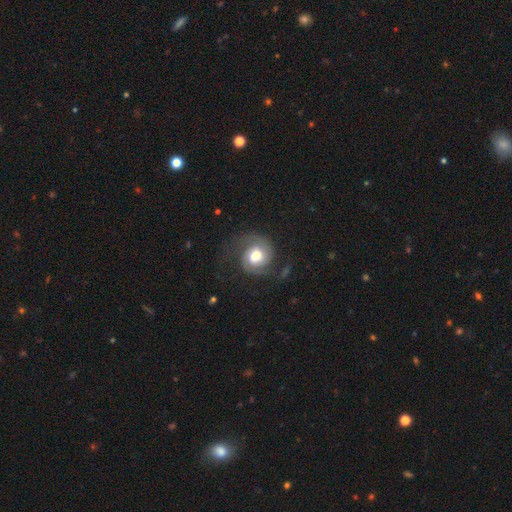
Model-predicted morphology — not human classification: Q: Smooth or featured?
A: featured or disk (74%); runner-up: smooth (20%)
Q: Edge-on disk?
A: no (98%); runner-up: yes (2%)
Q: Bar?
A: no (57%); runner-up: weak (34%)
Q: Spiral arms?
A: yes (93%); runner-up: no (7%)
Q: Spiral winding?
A: medium (45%); runner-up: tight (32%)
Q: Spiral arm count?
A: 2 (82%); runner-up: 1 (8%)
Q: Bulge size?
A: moderate (48%); runner-up: large (40%)
Q: Merging?
A: none (62%); runner-up: minor disturbance (18%)